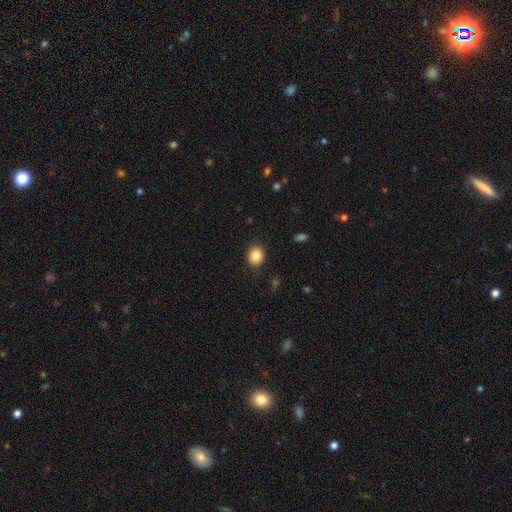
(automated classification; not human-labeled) Q: Smooth or featured?
A: smooth (87%); runner-up: star or artifact (9%)
Q: How rounded?
A: round (60%); runner-up: in between (40%)
Q: Merging?
A: none (87%); runner-up: minor disturbance (9%)